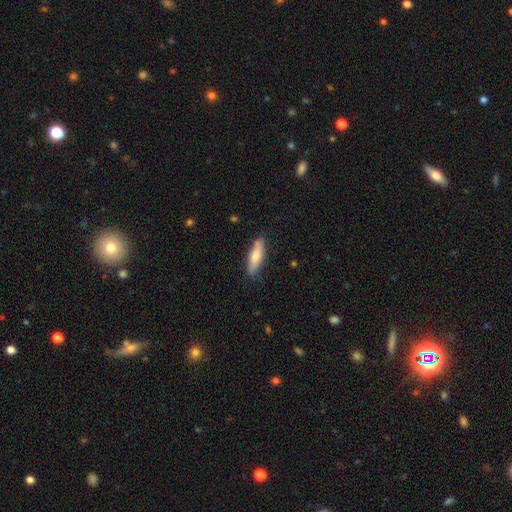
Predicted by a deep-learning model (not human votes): Smooth or featured?
  - smooth: 77% *
  - featured or disk: 18%
  - star or artifact: 6%
How rounded?
  - cigar-shaped: 53% *
  - in between: 45%
  - round: 2%
Merging?
  - none: 81% *
  - minor disturbance: 14%
  - major disturbance: 3%
  - merger: 2%